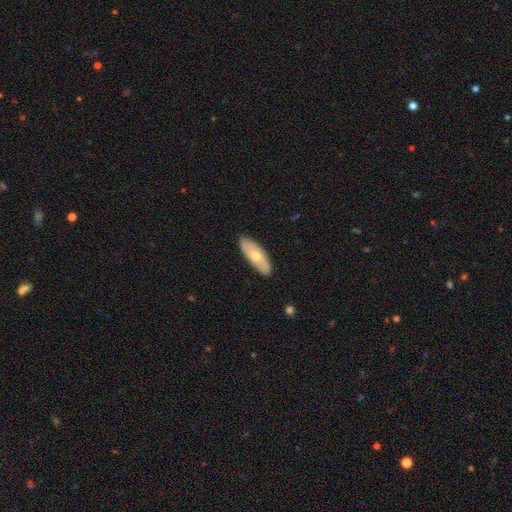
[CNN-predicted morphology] smooth-or-featured: smooth: 48% | featured or disk: 46% | star or artifact: 6%
  merging: none: 88% | minor disturbance: 10% | major disturbance: 2% | merger: 1%